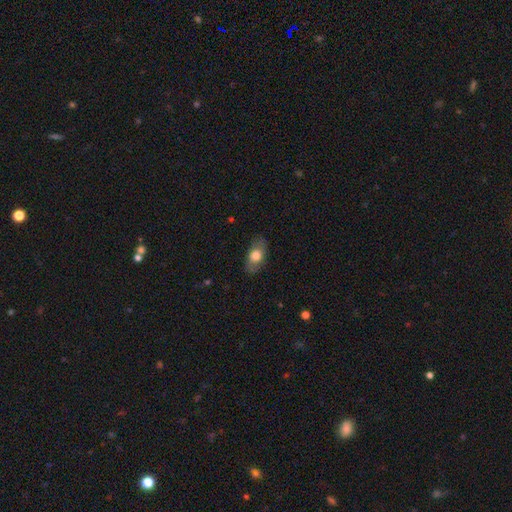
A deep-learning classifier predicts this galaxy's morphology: Q: Smooth or featured?
A: smooth (70%); runner-up: featured or disk (24%)
Q: How rounded?
A: in between (87%); runner-up: round (8%)
Q: Merging?
A: none (82%); runner-up: minor disturbance (14%)